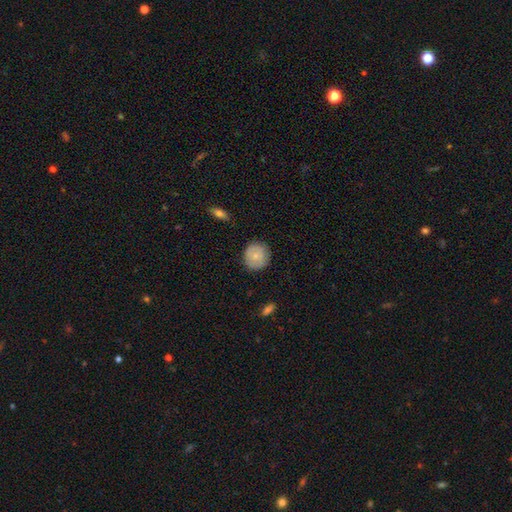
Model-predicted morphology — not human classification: This appears to be a smooth galaxy with no disk features (73%) that is round (87%). Merging: none (84%).